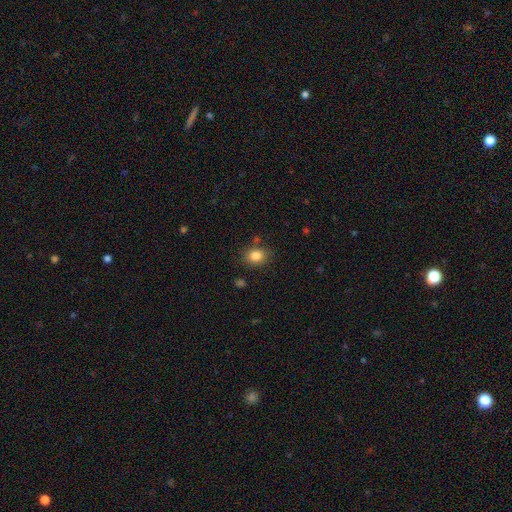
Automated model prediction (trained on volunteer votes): Smooth or featured?
  - smooth: 84% *
  - star or artifact: 10%
  - featured or disk: 6%
How rounded?
  - round: 51% *
  - in between: 49%
  - cigar-shaped: 1%
Merging?
  - none: 81% *
  - minor disturbance: 12%
  - major disturbance: 4%
  - merger: 4%